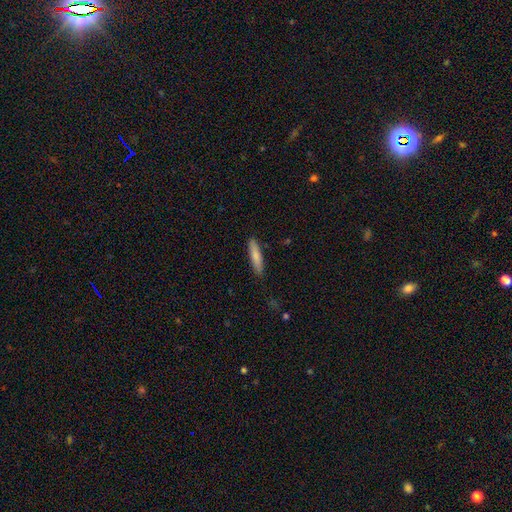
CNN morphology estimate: Q: Smooth or featured?
A: smooth (81%); runner-up: featured or disk (14%)
Q: How rounded?
A: cigar-shaped (83%); runner-up: in between (16%)
Q: Merging?
A: none (89%); runner-up: minor disturbance (8%)